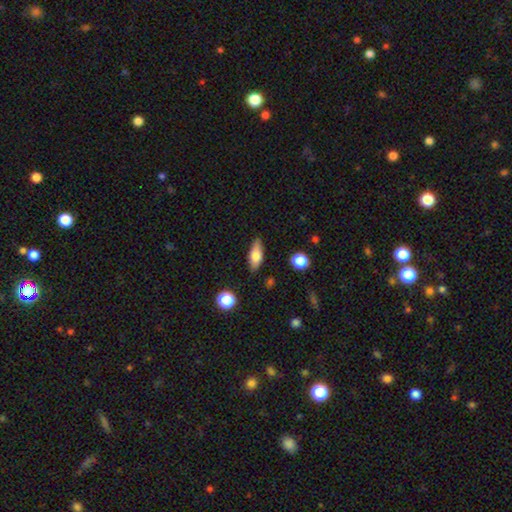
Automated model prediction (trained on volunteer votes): Smooth or featured? smooth (72%)
How rounded? in between (71%)
Merging? none (82%)